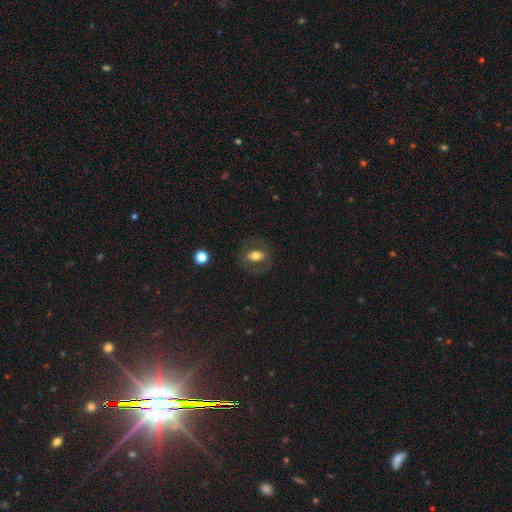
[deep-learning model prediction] Q: Smooth or featured?
A: smooth (55%); runner-up: featured or disk (35%)
Q: How rounded?
A: in between (71%); runner-up: round (26%)
Q: Merging?
A: none (76%); runner-up: minor disturbance (13%)